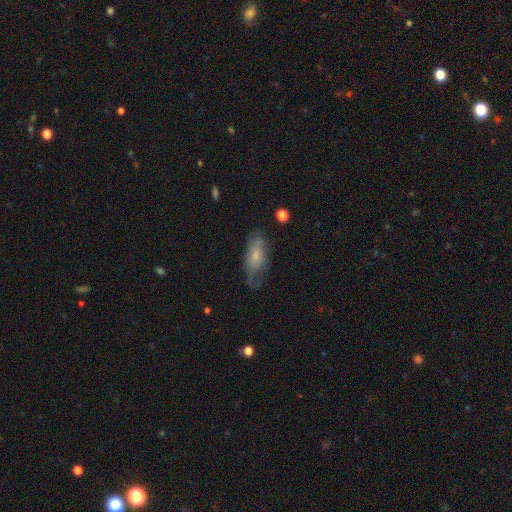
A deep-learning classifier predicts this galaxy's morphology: type=smooth (54%); roundness=in between (81%); merging=none (48%).